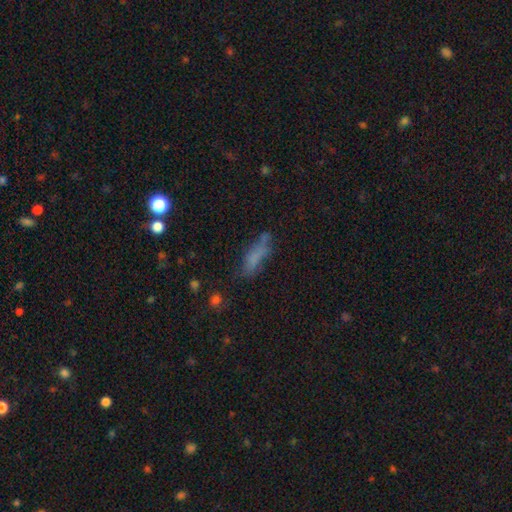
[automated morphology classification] Q: Smooth or featured?
A: smooth (67%); runner-up: featured or disk (19%)
Q: How rounded?
A: cigar-shaped (55%); runner-up: in between (42%)
Q: Merging?
A: none (57%); runner-up: minor disturbance (24%)